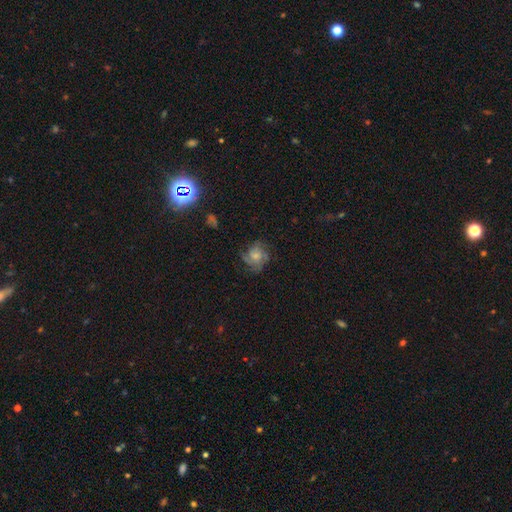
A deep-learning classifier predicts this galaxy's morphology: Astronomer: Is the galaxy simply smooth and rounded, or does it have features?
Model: featured or disk — 62%.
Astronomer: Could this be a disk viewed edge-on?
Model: no — 98%.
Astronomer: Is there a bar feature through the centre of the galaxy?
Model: no — 80%.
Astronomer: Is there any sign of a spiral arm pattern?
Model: yes — 90%.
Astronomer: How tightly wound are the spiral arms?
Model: tight — 43% (runner-up: medium, 41%).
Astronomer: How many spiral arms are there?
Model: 3 — 30% (runner-up: can't tell, 28%).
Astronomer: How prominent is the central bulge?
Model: small — 44%, tied with moderate at 44%.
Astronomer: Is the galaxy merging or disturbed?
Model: none — 66%.